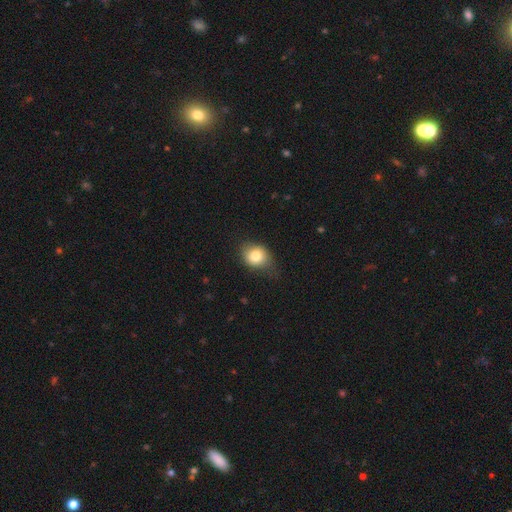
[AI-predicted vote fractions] smooth_or_featured: smooth (p=0.79) [alt: featured or disk p=0.12]
how_rounded: round (p=0.57) [alt: in between p=0.42]
merging: none (p=0.60) [alt: minor disturbance p=0.30]